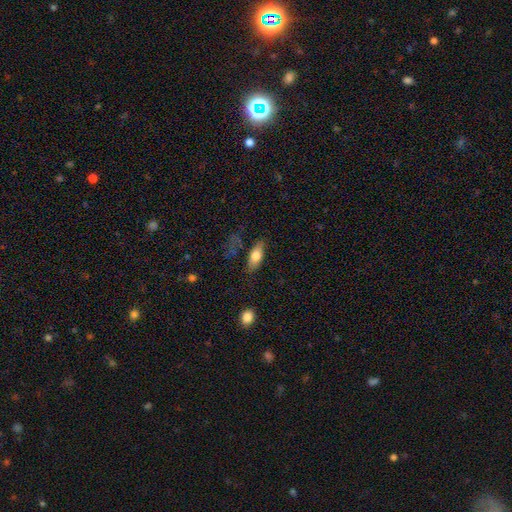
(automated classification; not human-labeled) A smooth galaxy with no disk features (70%) that is in between round and cigar-shaped (74%). Merging: none (75%).